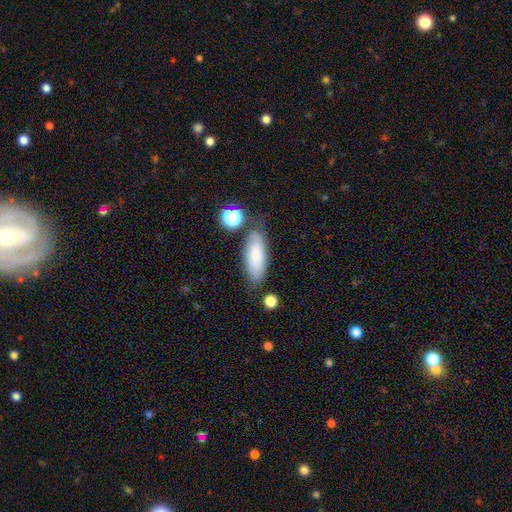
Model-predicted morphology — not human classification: smooth-or-featured: smooth: 76% | featured or disk: 16% | star or artifact: 8%
  how-rounded: in between: 74% | cigar-shaped: 24% | round: 2%
  merging: none: 73% | minor disturbance: 17% | merger: 6% | major disturbance: 4%